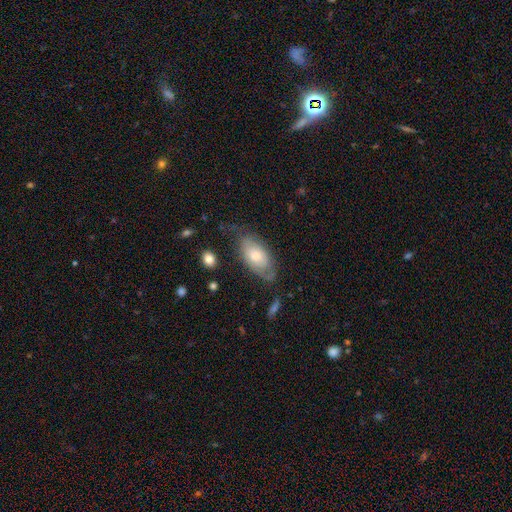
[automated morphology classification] Q: Smooth or featured?
A: smooth (58%); runner-up: featured or disk (35%)
Q: How rounded?
A: in between (91%); runner-up: cigar-shaped (5%)
Q: Merging?
A: none (57%); runner-up: minor disturbance (29%)